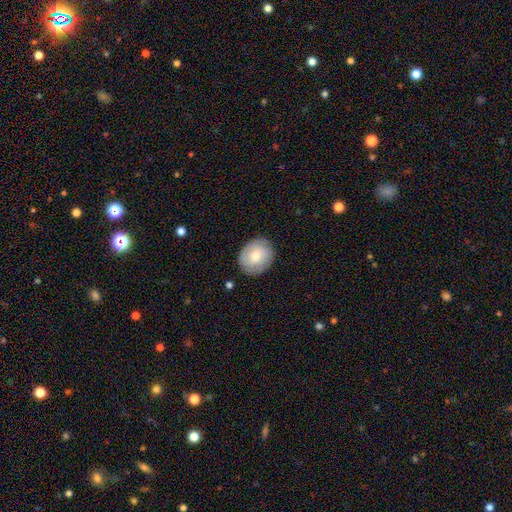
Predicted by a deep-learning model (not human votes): Smooth or featured: smooth — 67% (featured or disk — 26%)
How rounded: round — 66% (in between — 33%)
Merging: none — 84% (minor disturbance — 12%)